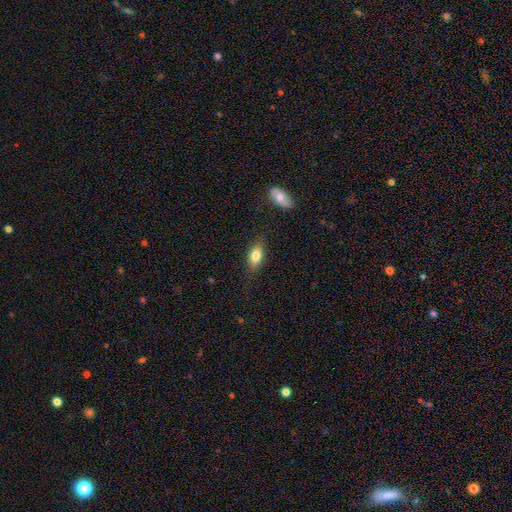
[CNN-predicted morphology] A smooth galaxy with no disk features (77%) that is in between round and cigar-shaped (83%). Merging: none (80%).